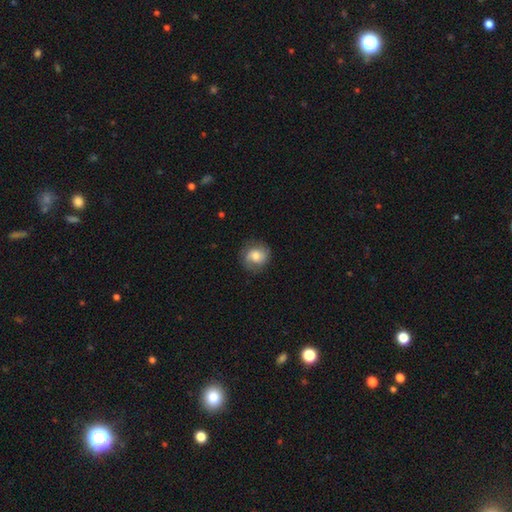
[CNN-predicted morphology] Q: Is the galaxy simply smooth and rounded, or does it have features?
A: smooth — 61%.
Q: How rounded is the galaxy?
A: round — 81%.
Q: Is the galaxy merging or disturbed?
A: none — 78%.